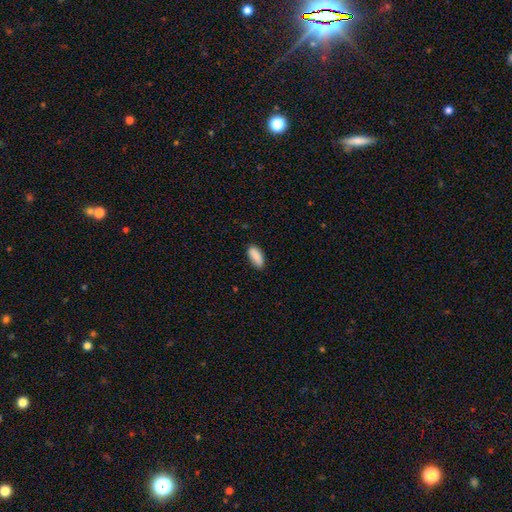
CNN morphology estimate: smooth 89%, star or artifact 7%, featured or disk 5%. Down the decision tree: how rounded — in between (85%); merging — none (80%).